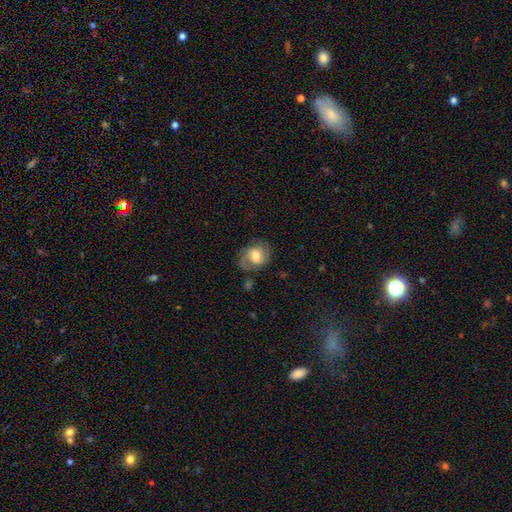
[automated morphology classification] A featured or disk galaxy (56%) with a weak bar (45%), spiral arms (85%) and a moderate central bulge (55%).

Vote fractions:
- Smooth or featured? featured or disk: 56% / smooth: 36% / star or artifact: 8%
- Edge-on disk? no: 97% / yes: 3%
- Bar? weak: 45% / no: 42% / strong: 13%
- Spiral arms? yes: 85% / no: 15%
- Bulge size? moderate: 55% / small: 20% / large: 19% / none: 3% / dominant: 2%
- Merging? none: 61% / minor disturbance: 23% / major disturbance: 13% / merger: 3%